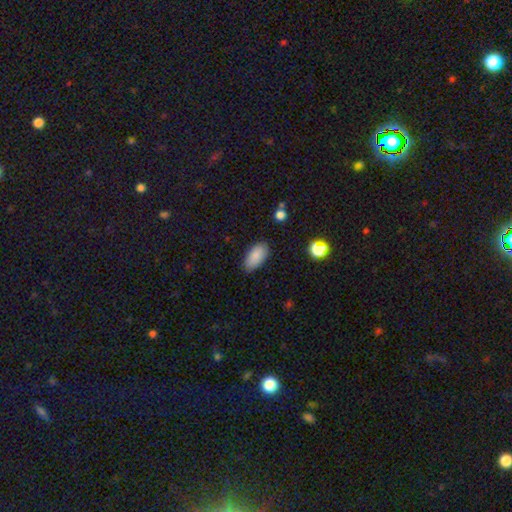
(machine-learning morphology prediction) Smooth or featured?
  - smooth: 86% *
  - star or artifact: 8%
  - featured or disk: 6%
How rounded?
  - in between: 92% *
  - cigar-shaped: 5%
  - round: 3%
Merging?
  - none: 79% *
  - minor disturbance: 16%
  - major disturbance: 3%
  - merger: 1%